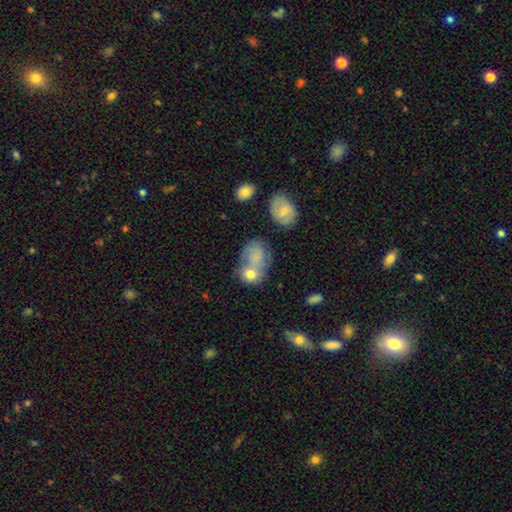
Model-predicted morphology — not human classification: A smooth galaxy with no disk features (67%) that is in between round and cigar-shaped (57%).

Vote fractions:
- Smooth or featured? smooth: 67% / featured or disk: 22% / star or artifact: 11%
- How rounded? in between: 57% / round: 42% / cigar-shaped: 1%
- Merging? merger: 42% / none: 31% / minor disturbance: 16% / major disturbance: 11%